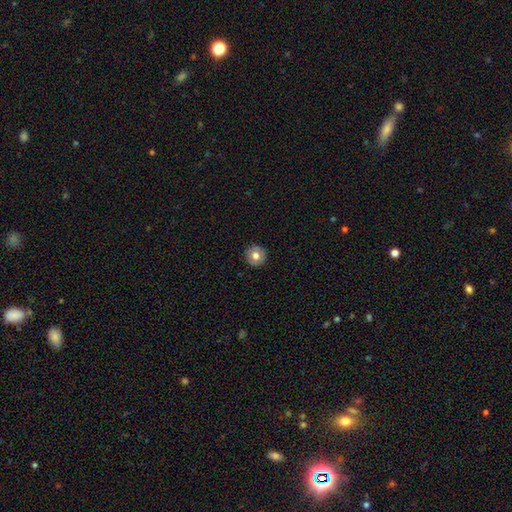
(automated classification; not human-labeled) smooth_or_featured: smooth (p=0.70) [alt: featured or disk p=0.21]
how_rounded: round (p=0.94) [alt: in between p=0.05]
merging: none (p=0.90) [alt: minor disturbance p=0.07]